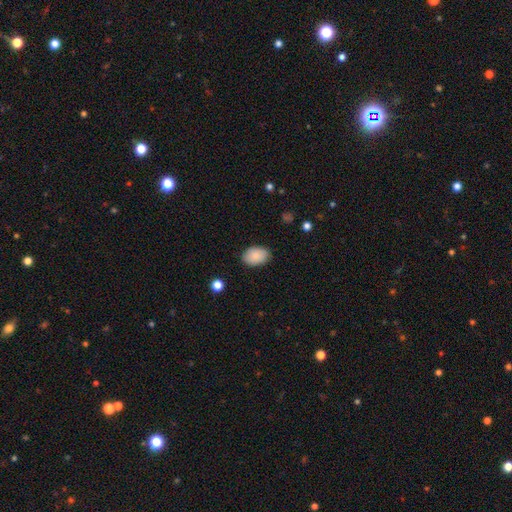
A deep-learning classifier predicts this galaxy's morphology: Smooth or featured? smooth (88%)
How rounded? in between (88%)
Merging? none (86%)